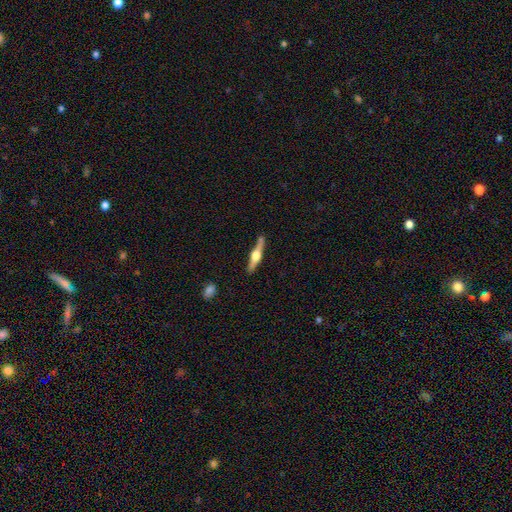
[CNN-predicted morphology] The model was most divided on "smooth or featured": featured or disk: 76%, smooth: 19%, star or artifact: 5%. More confident: edge-on disk — yes (98%); edge-on bulge — rounded (95%); merging — none (85%).